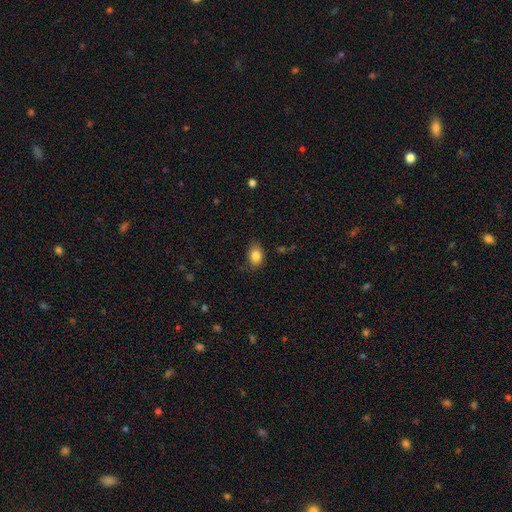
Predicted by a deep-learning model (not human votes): Overall: smooth (84%). How rounded: in between (76%). Merging: none (73%).